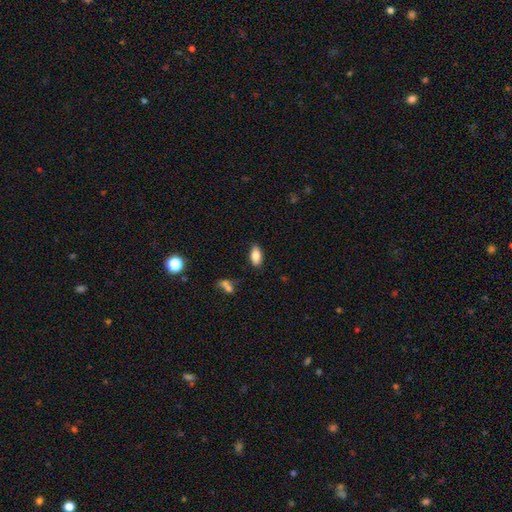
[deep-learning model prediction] The model was most divided on "merging": none: 83%, minor disturbance: 12%, major disturbance: 3%, merger: 2%. More confident: how rounded — in between (89%); smooth or featured — smooth (83%).